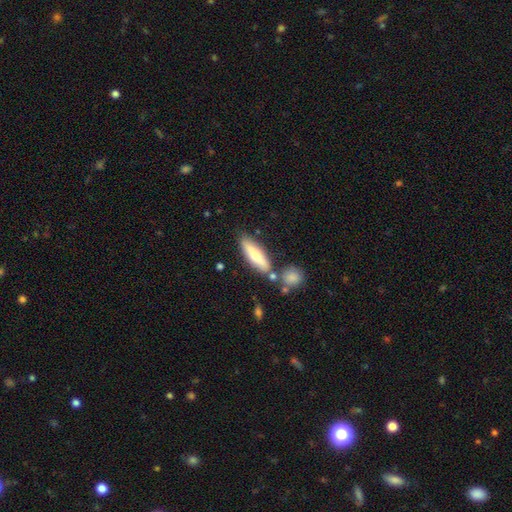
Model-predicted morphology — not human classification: The model was most divided on "how rounded": cigar-shaped: 61%, in between: 37%, round: 2%. More confident: merging — none (74%); smooth or featured — smooth (62%).